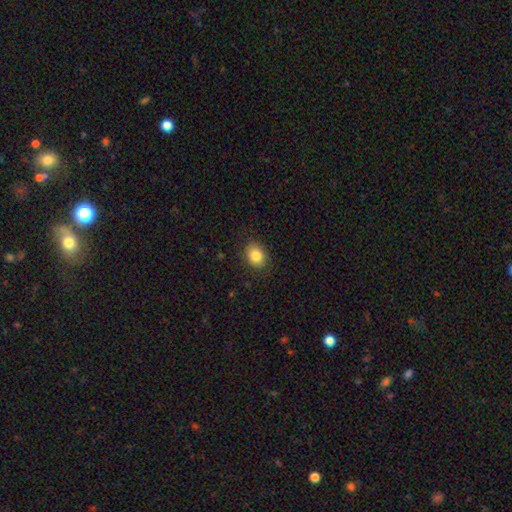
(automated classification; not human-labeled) A smooth galaxy with no disk features (83%) that is in between round and cigar-shaped (56%). Merging: none (86%).